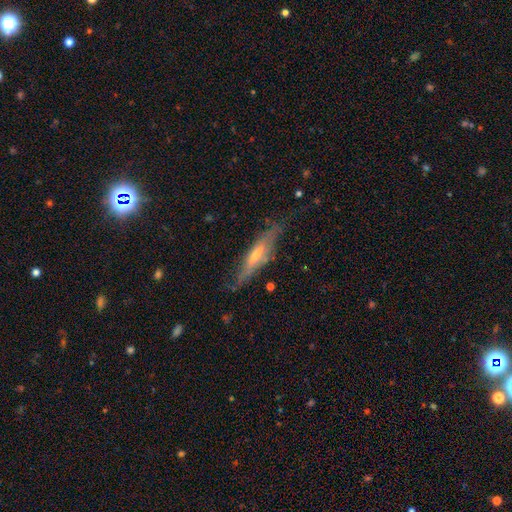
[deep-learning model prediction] Morphology: type=featured or disk (64%); edge-on=yes (75%); merging=none (75%).